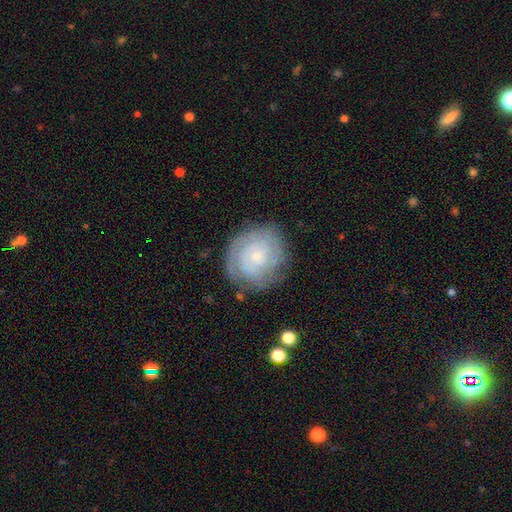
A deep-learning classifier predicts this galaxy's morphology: Q: Smooth or featured?
A: featured or disk (74%); runner-up: smooth (19%)
Q: Edge-on disk?
A: no (98%); runner-up: yes (2%)
Q: Bar?
A: no (76%); runner-up: weak (20%)
Q: Spiral arms?
A: yes (93%); runner-up: no (7%)
Q: Spiral winding?
A: tight (77%); runner-up: medium (19%)
Q: Spiral arm count?
A: can't tell (39%); runner-up: 2 (26%)
Q: Bulge size?
A: small (74%); runner-up: moderate (20%)
Q: Merging?
A: none (78%); runner-up: minor disturbance (15%)